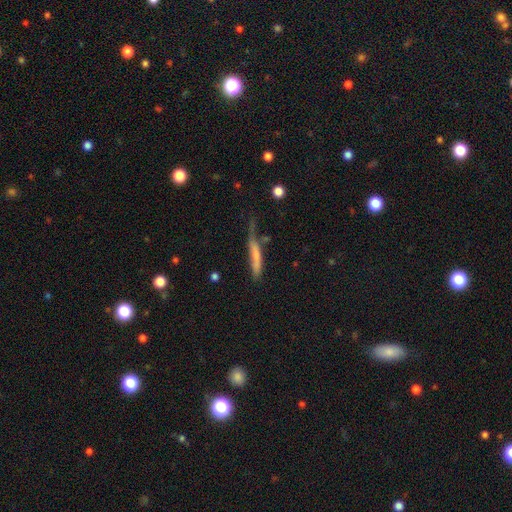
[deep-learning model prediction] smooth-or-featured: smooth: 62% | featured or disk: 30% | star or artifact: 8%
  how-rounded: cigar-shaped: 88% | in between: 10% | round: 2%
  merging: none: 37% | minor disturbance: 31% | major disturbance: 23% | merger: 10%